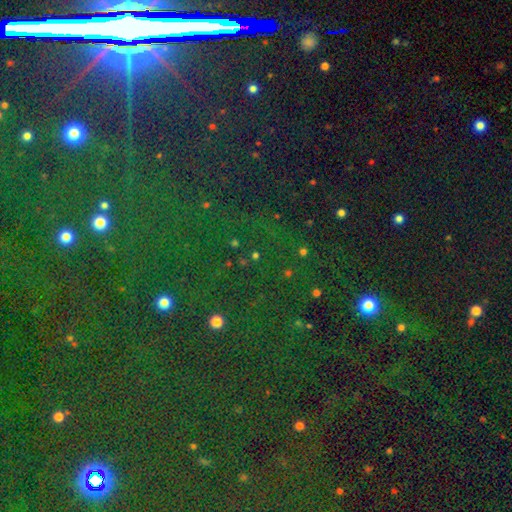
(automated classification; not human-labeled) Smooth or featured? Predicted: star or artifact (p=0.66).